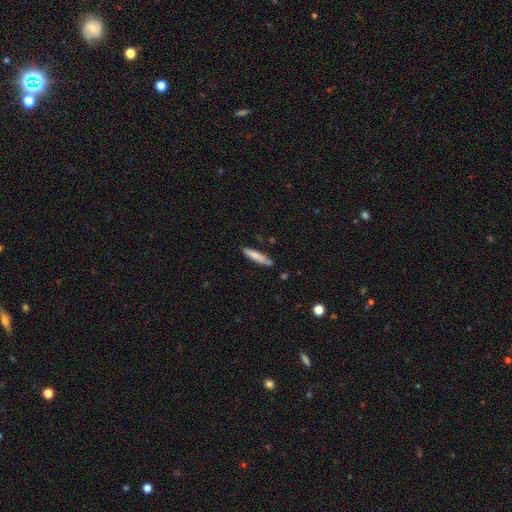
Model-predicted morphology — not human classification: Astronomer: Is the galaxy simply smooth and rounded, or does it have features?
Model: smooth — 75%.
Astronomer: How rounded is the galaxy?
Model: cigar-shaped — 85%.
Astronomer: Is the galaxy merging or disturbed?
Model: none — 76%.